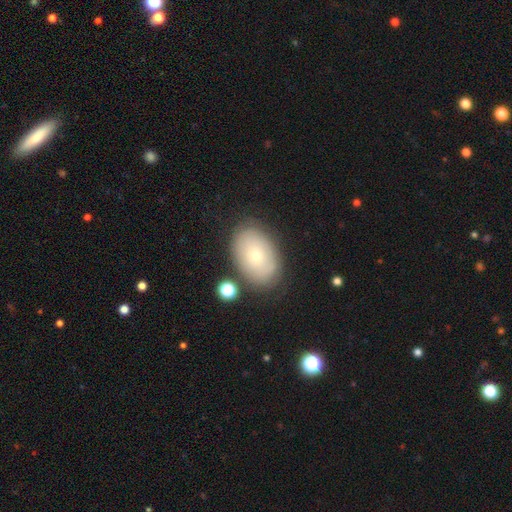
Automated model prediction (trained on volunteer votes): smooth-or-featured: smooth: 60% | featured or disk: 31% | star or artifact: 9%
  how-rounded: in between: 86% | round: 13% | cigar-shaped: 1%
  merging: none: 79% | minor disturbance: 13% | major disturbance: 4% | merger: 3%